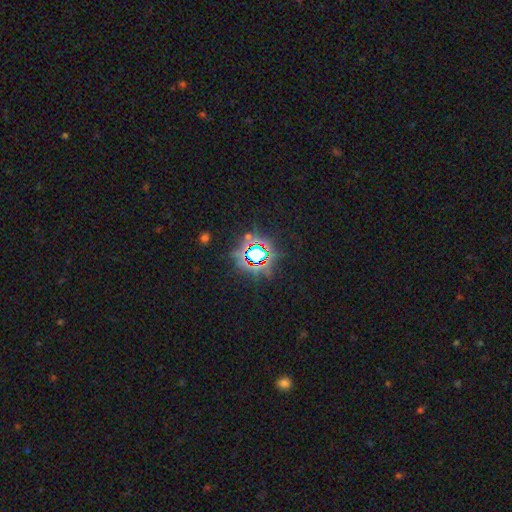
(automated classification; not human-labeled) This appears to be a star or artifact, not a galaxy (76%).